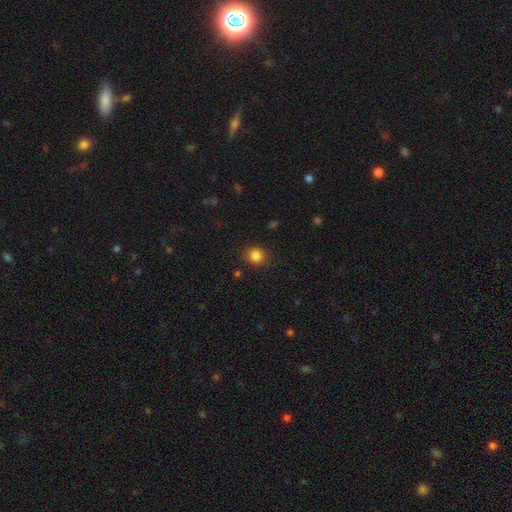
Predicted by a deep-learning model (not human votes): smooth-or-featured: smooth: 84% | star or artifact: 11% | featured or disk: 4%
  how-rounded: round: 81% | in between: 18% | cigar-shaped: 1%
  merging: none: 88% | minor disturbance: 8% | major disturbance: 2% | merger: 1%